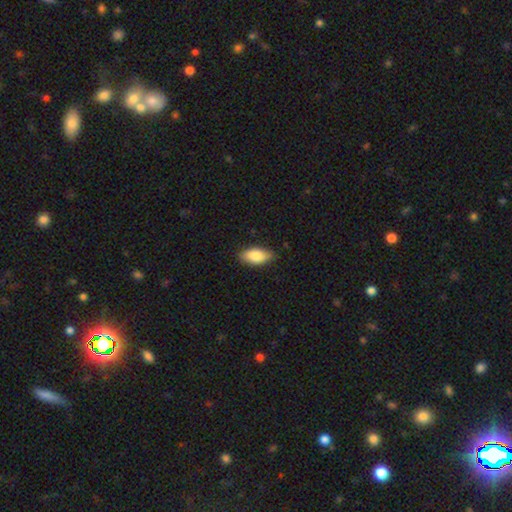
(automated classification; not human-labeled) Morphology: type=smooth (84%); roundness=in between (90%); merging=none (85%).